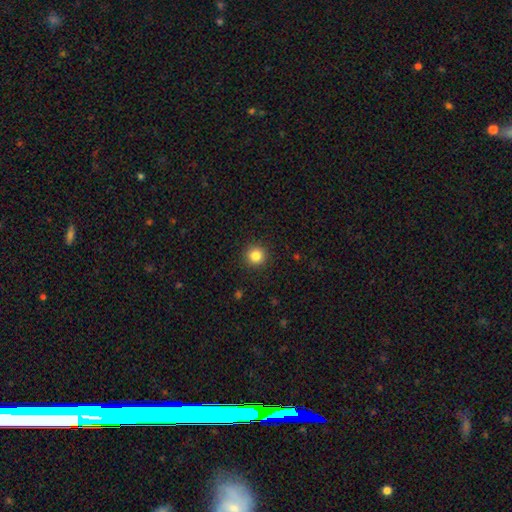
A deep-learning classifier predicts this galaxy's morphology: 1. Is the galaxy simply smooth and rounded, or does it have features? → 84% smooth, 11% star or artifact, 5% featured or disk.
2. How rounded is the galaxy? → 95% round, 4% in between, 1% cigar-shaped.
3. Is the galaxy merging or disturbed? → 93% none, 5% minor disturbance, 2% major disturbance, 1% merger.